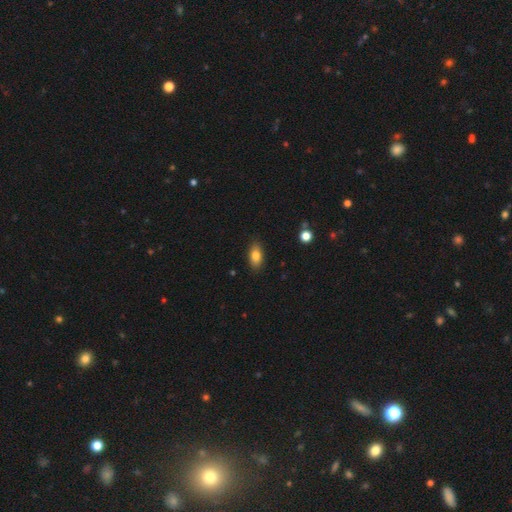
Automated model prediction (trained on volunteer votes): Morphology: type=smooth (80%); roundness=in between (87%); merging=none (86%).